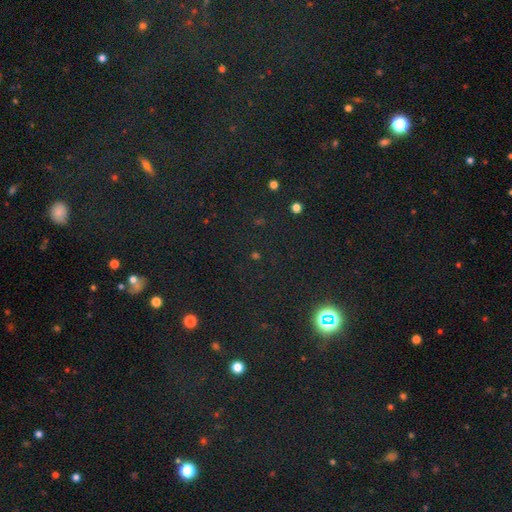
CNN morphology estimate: Smooth or featured? Predicted: star or artifact (p=0.70).